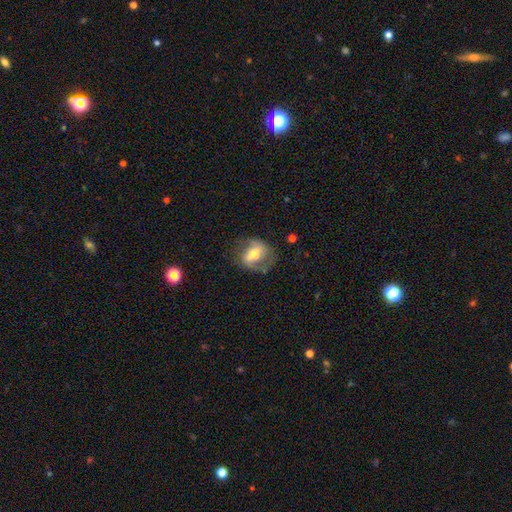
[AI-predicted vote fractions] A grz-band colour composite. It shows a smooth galaxy with no disk features (48%). Merging: none (54%).